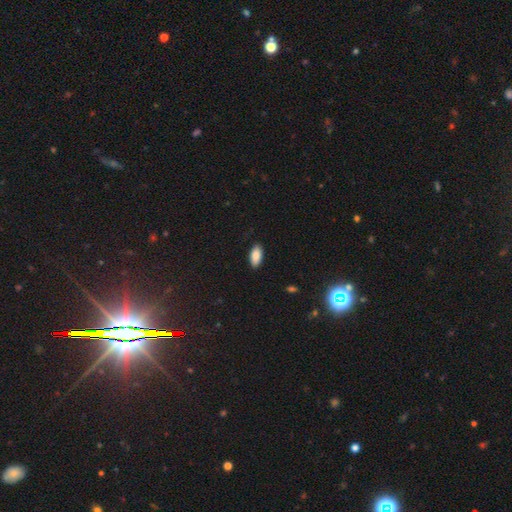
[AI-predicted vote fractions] A smooth galaxy with no disk features (88%) that is in between round and cigar-shaped (91%).

Vote fractions:
- Smooth or featured? smooth: 88% / star or artifact: 7% / featured or disk: 5%
- How rounded? in between: 91% / cigar-shaped: 7% / round: 2%
- Merging? none: 87% / minor disturbance: 10% / major disturbance: 2% / merger: 1%